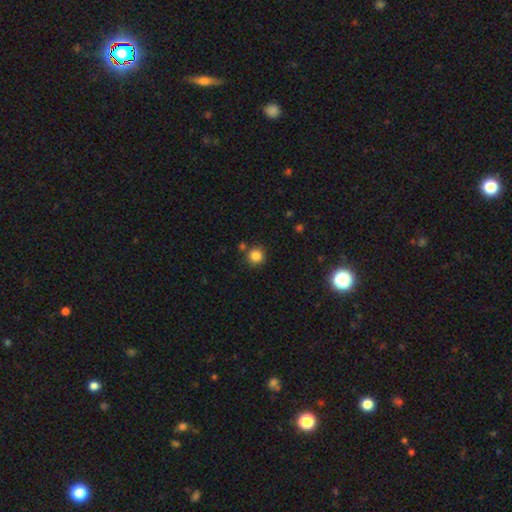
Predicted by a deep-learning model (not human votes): The model was most divided on "merging": none: 81%, minor disturbance: 9%, merger: 7%, major disturbance: 3%. More confident: how rounded — round (93%); smooth or featured — smooth (84%).